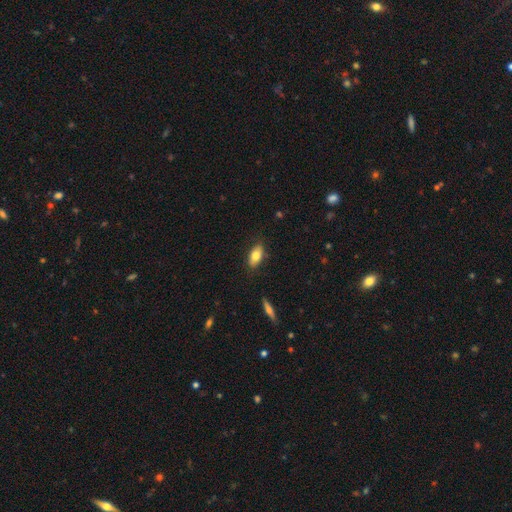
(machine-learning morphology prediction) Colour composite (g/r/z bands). It shows a smooth galaxy with no disk features (77%) that is in between round and cigar-shaped (88%). Merging: none (83%).